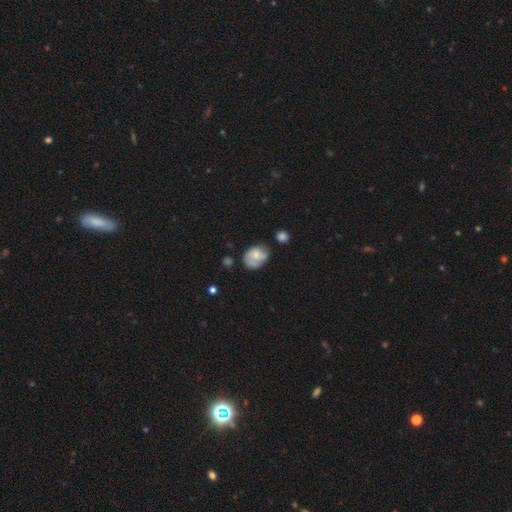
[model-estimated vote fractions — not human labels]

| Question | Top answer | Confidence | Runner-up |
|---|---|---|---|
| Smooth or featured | smooth | 55% | featured or disk (37%) |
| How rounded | in between | 64% | round (35%) |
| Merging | none | 47% | minor disturbance (31%) |